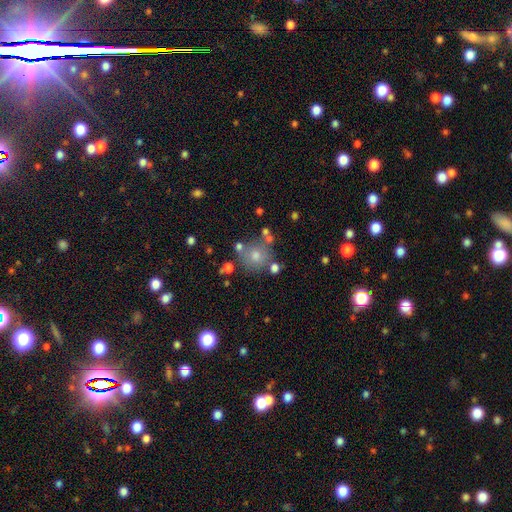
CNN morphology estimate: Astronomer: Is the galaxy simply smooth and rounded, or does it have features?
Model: smooth — 66%.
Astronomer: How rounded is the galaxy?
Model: round — 87%.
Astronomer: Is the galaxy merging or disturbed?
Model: none — 64%.